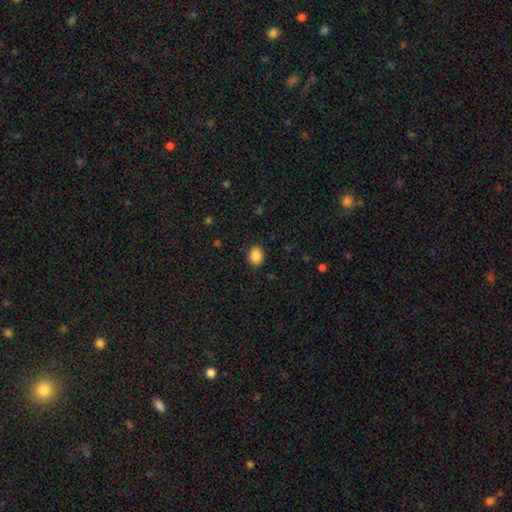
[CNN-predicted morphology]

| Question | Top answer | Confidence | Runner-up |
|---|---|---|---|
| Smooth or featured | smooth | 88% | star or artifact (9%) |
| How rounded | in between | 53% | round (47%) |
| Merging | none | 87% | minor disturbance (9%) |